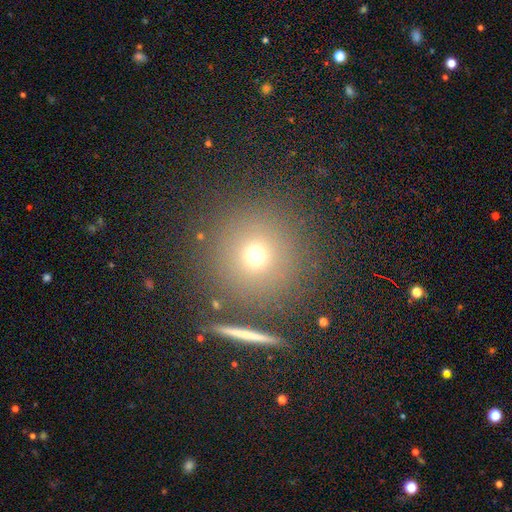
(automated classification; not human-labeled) smooth 68%, star or artifact 21%, featured or disk 11%. Down the decision tree: how rounded — round (94%); merging — none (85%).